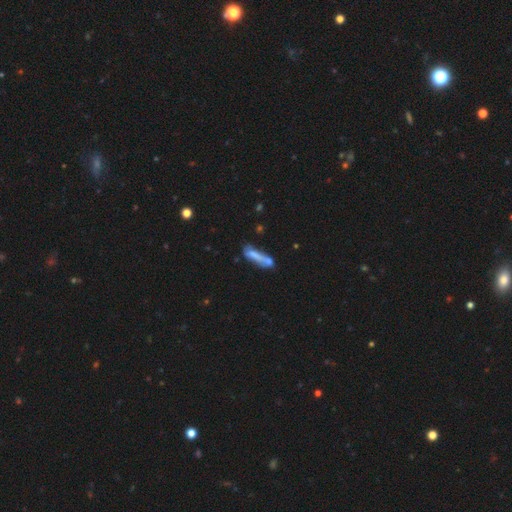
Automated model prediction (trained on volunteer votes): A smooth galaxy with no disk features (60%) that is cigar-shaped (78%). Merging: none (37%).